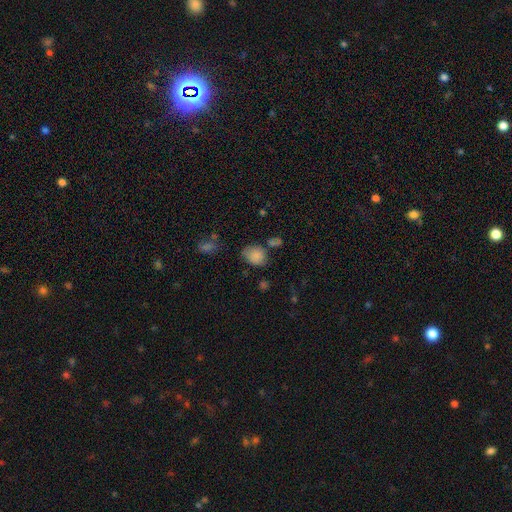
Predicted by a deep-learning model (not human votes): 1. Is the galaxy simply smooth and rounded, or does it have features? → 83% smooth, 10% star or artifact, 7% featured or disk.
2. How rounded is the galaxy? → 50% round, 48% in between, 1% cigar-shaped.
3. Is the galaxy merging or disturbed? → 58% none, 25% minor disturbance, 10% merger, 7% major disturbance.